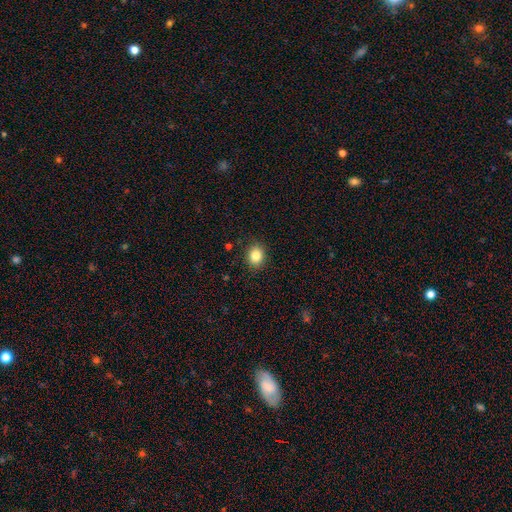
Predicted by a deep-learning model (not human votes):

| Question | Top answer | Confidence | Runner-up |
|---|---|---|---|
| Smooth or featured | smooth | 84% | star or artifact (10%) |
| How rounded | round | 57% | in between (42%) |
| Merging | none | 87% | minor disturbance (9%) |